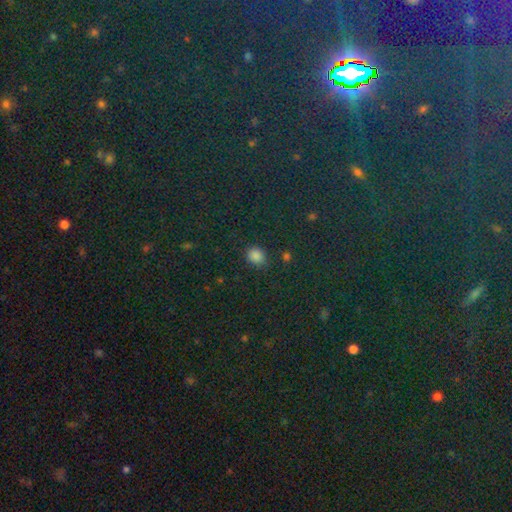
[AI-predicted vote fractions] smooth-or-featured: smooth: 82% | star or artifact: 14% | featured or disk: 4%
  how-rounded: round: 58% | in between: 40% | cigar-shaped: 1%
  merging: none: 85% | minor disturbance: 10% | major disturbance: 3% | merger: 2%